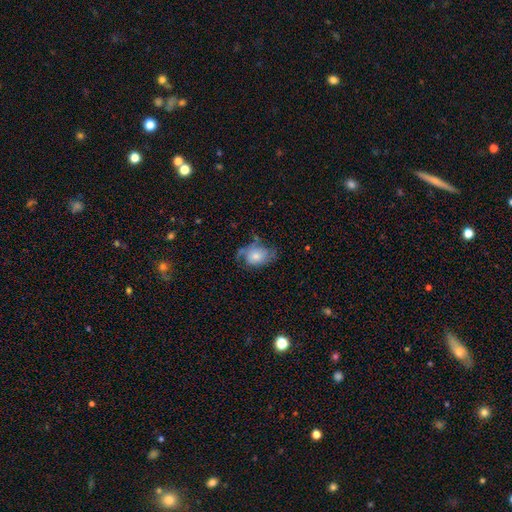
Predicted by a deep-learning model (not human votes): This is possibly a featured or disk galaxy (49%). Merging: possibly none (46%).